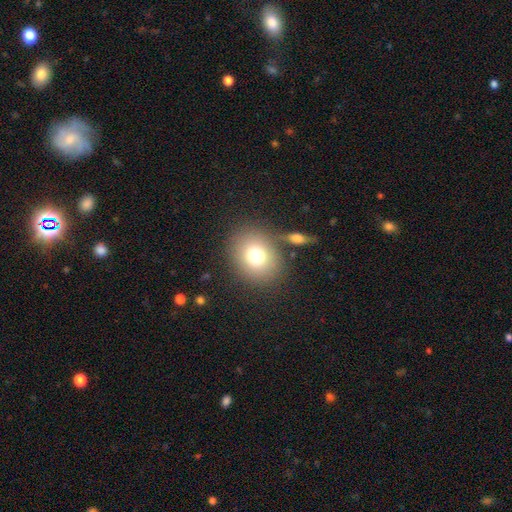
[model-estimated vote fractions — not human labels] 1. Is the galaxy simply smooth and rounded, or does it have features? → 75% smooth, 14% featured or disk, 12% star or artifact.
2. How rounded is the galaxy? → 63% round, 36% in between, 1% cigar-shaped.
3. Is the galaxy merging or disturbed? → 74% none, 11% minor disturbance, 10% merger, 5% major disturbance.